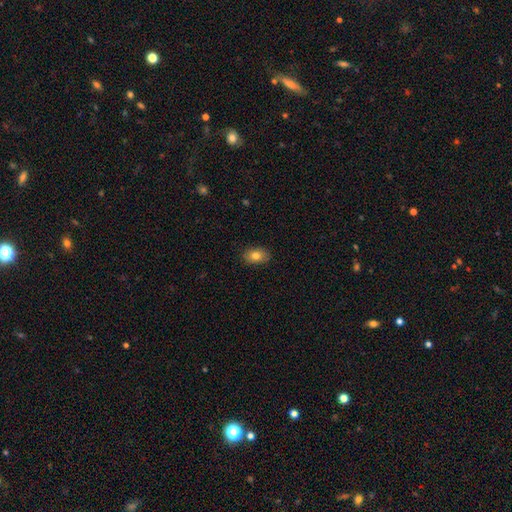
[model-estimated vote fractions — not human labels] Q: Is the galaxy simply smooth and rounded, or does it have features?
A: smooth — 80%.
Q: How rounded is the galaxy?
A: in between — 83%.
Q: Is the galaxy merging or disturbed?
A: none — 88%.